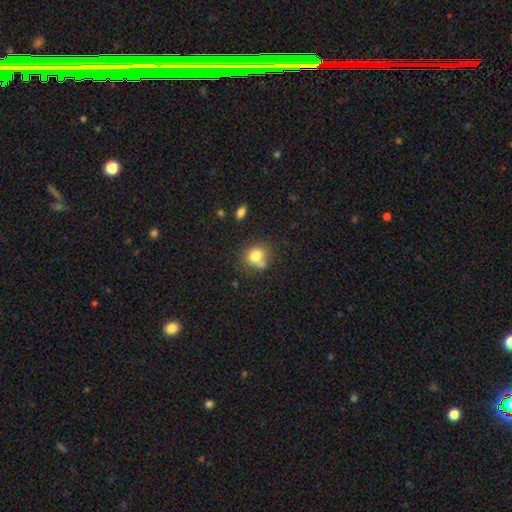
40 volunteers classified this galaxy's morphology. smooth 78%, featured or disk 22%, star or artifact 0%. Down the decision tree: how rounded — round (52%); merging — none (42%).